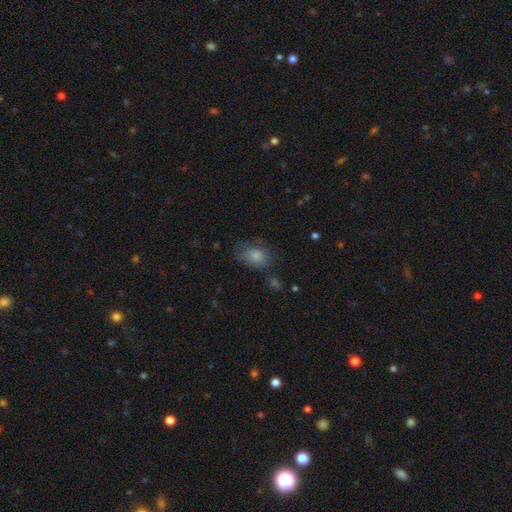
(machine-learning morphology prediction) A smooth galaxy with no disk features (82%) that is in between round and cigar-shaped (72%).

Vote fractions:
- Smooth or featured? smooth: 82% / featured or disk: 10% / star or artifact: 8%
- How rounded? in between: 72% / round: 27% / cigar-shaped: 1%
- Merging? none: 58% / minor disturbance: 27% / major disturbance: 12% / merger: 3%